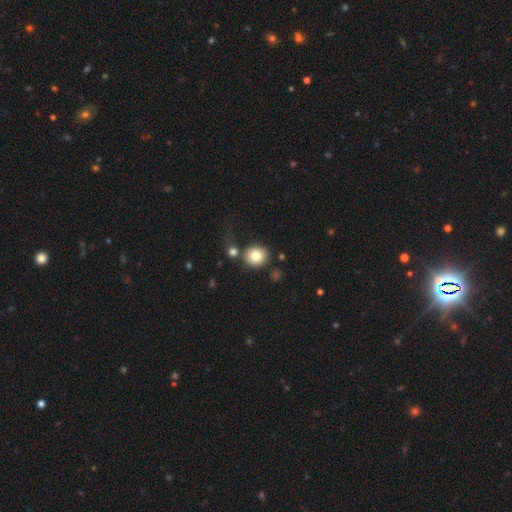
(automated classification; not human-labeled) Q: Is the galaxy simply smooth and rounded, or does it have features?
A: smooth — 79%.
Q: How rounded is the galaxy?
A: round — 85%.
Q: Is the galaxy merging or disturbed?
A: none — 71%.